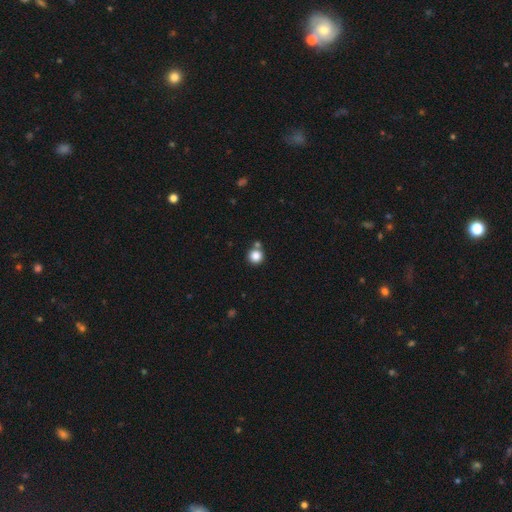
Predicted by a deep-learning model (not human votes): Overall: smooth (84%). How rounded: round (94%). Merging: none (74%).